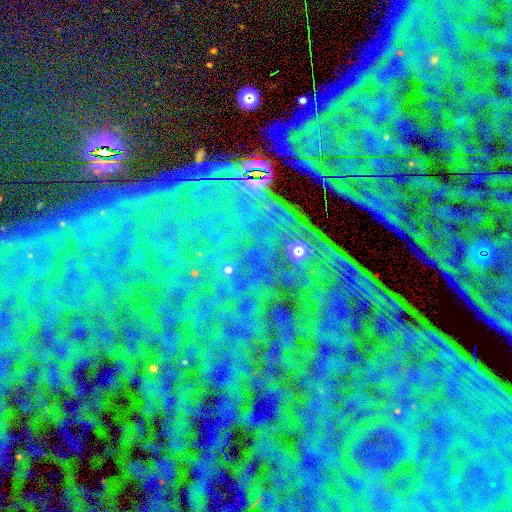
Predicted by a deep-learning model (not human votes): star or artifact 86%, featured or disk 7%, smooth 7%.